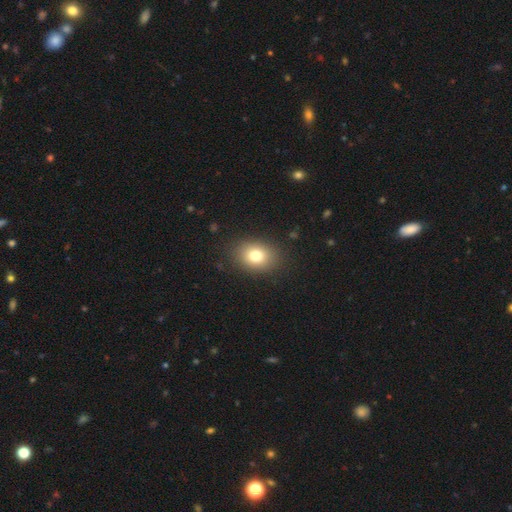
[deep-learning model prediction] smooth-or-featured: smooth: 77% | star or artifact: 12% | featured or disk: 11%
  how-rounded: in between: 59% | round: 41% | cigar-shaped: 1%
  merging: none: 87% | minor disturbance: 9% | major disturbance: 3% | merger: 1%